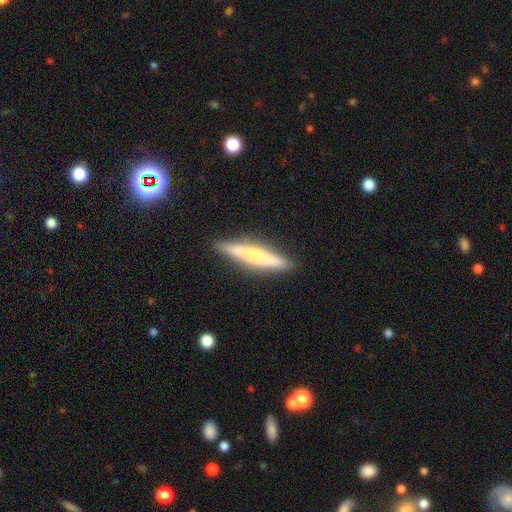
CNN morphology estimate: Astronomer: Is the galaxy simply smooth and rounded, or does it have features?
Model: smooth — 50% (runner-up: featured or disk, 43%).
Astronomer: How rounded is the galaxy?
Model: cigar-shaped — 91%.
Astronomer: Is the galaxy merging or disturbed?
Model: none — 88%.